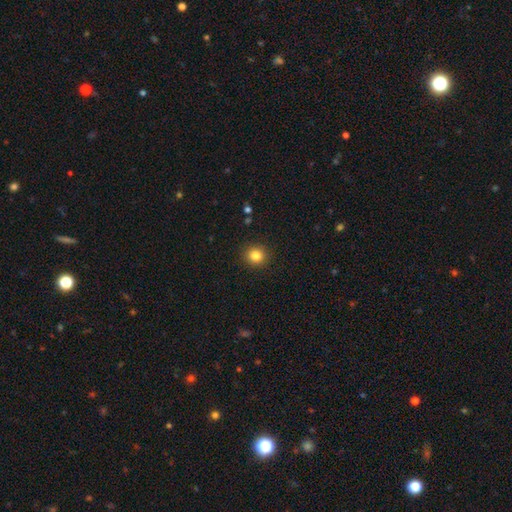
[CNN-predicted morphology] Smooth or featured? Predicted: smooth (p=0.83). How rounded? Predicted: round (p=0.88). Merging? Predicted: none (p=0.91).